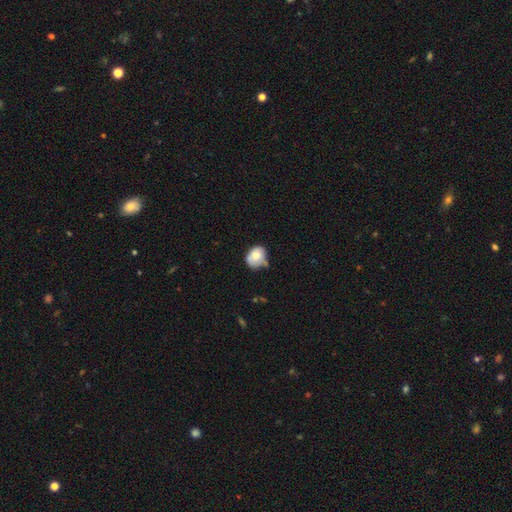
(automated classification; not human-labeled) smooth-or-featured: smooth: 71% | featured or disk: 20% | star or artifact: 8%
  how-rounded: round: 55% | in between: 44% | cigar-shaped: 1%
  merging: none: 43% | minor disturbance: 37% | major disturbance: 11% | merger: 10%